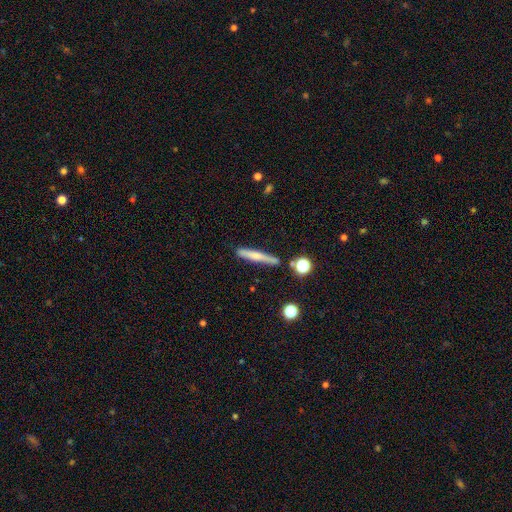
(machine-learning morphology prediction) smooth-or-featured: smooth: 54% | featured or disk: 38% | star or artifact: 8%
  how-rounded: cigar-shaped: 92% | in between: 5% | round: 2%
  merging: none: 80% | minor disturbance: 12% | merger: 4% | major disturbance: 3%